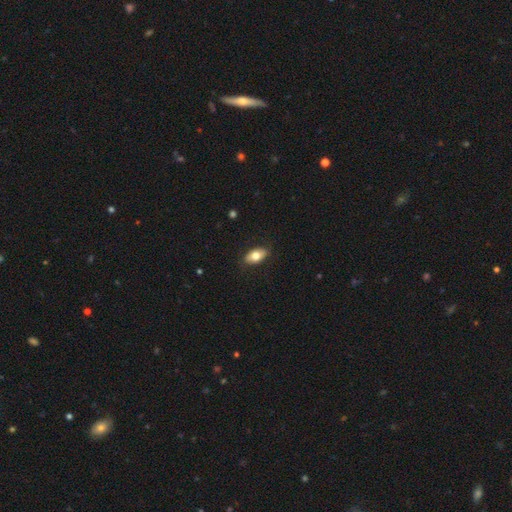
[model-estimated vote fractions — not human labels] Q: Smooth or featured?
A: smooth (74%); runner-up: featured or disk (20%)
Q: How rounded?
A: in between (90%); runner-up: round (5%)
Q: Merging?
A: none (83%); runner-up: minor disturbance (13%)